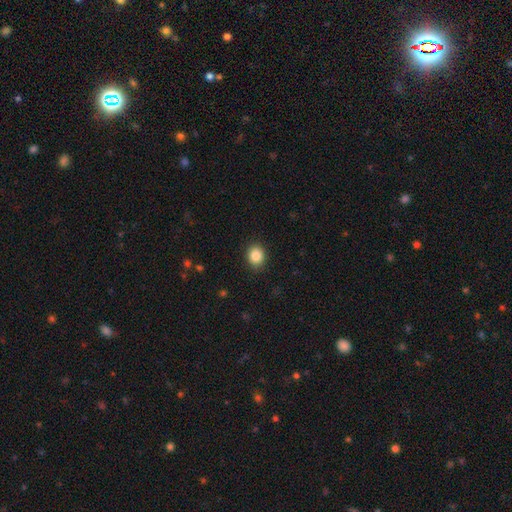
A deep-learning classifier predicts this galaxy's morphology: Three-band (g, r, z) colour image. It shows a smooth galaxy with no disk features (86%) that is round (62%). Merging: none (89%).